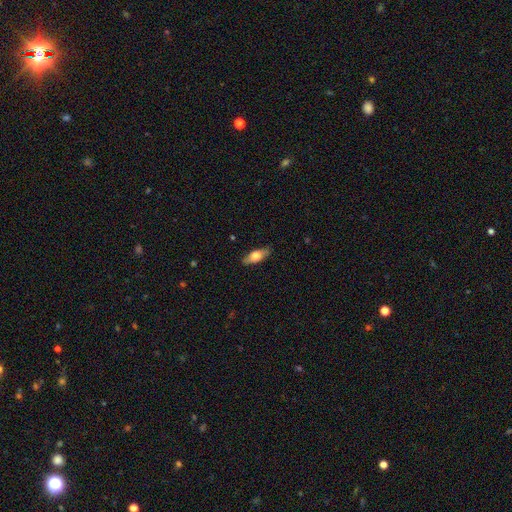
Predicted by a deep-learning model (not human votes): smooth_or_featured: smooth (p=0.65) [alt: featured or disk p=0.29]
how_rounded: in between (p=0.73) [alt: cigar-shaped p=0.24]
merging: none (p=0.83) [alt: minor disturbance p=0.14]